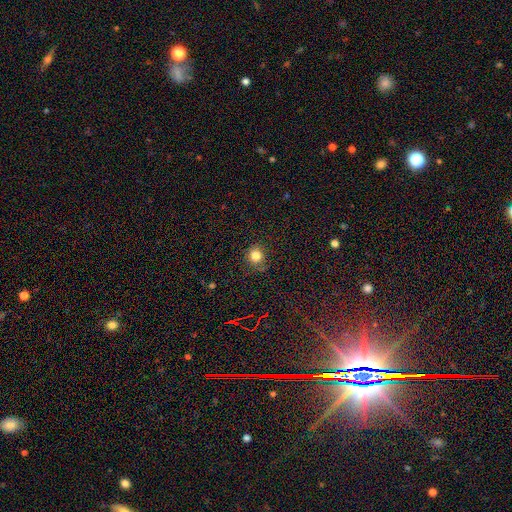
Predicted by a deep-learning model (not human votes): Overall: smooth (81%). How rounded: round (88%). Merging: none (83%).